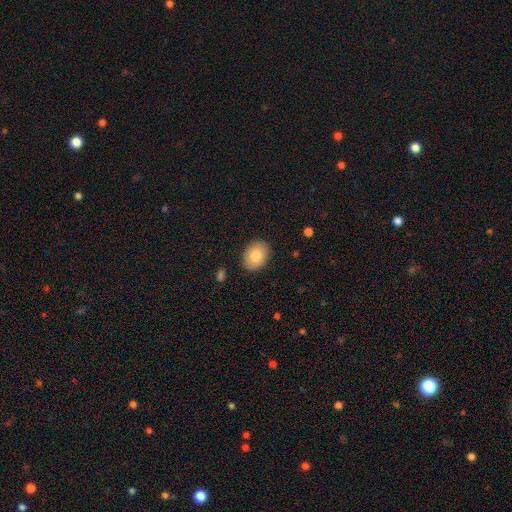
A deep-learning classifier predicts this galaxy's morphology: This appears to be a smooth galaxy with no disk features (82%) that is in between round and cigar-shaped (70%). Merging: none (87%).